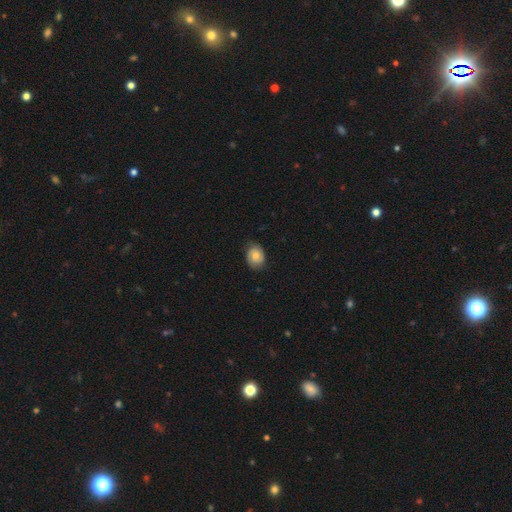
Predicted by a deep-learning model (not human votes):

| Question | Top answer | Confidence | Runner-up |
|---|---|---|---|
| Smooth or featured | smooth | 53% | featured or disk (39%) |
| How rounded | in between | 53% | round (46%) |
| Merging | none | 78% | minor disturbance (17%) |